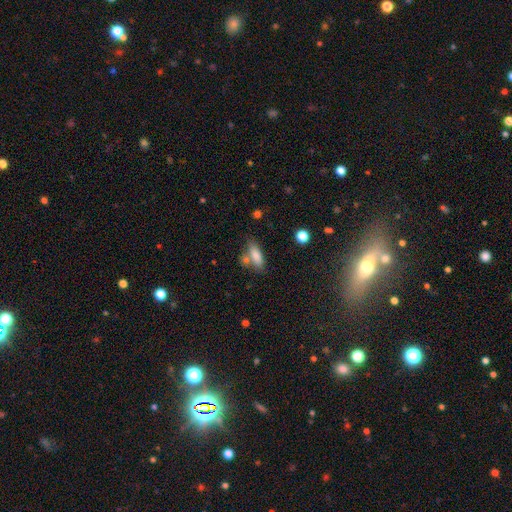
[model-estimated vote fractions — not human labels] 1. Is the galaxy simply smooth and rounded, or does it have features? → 82% smooth, 10% featured or disk, 8% star or artifact.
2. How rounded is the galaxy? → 70% in between, 27% cigar-shaped, 3% round.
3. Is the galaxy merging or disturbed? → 57% none, 22% merger, 16% minor disturbance, 5% major disturbance.